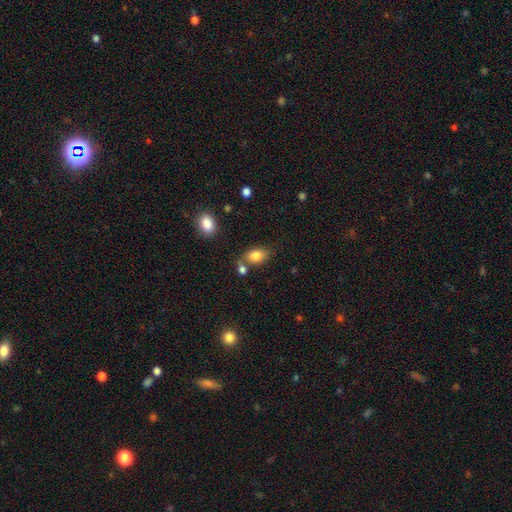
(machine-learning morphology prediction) Smooth or featured?
  - smooth: 83% *
  - star or artifact: 9%
  - featured or disk: 8%
How rounded?
  - in between: 82% *
  - round: 16%
  - cigar-shaped: 2%
Merging?
  - none: 62% *
  - merger: 17%
  - minor disturbance: 16%
  - major disturbance: 5%